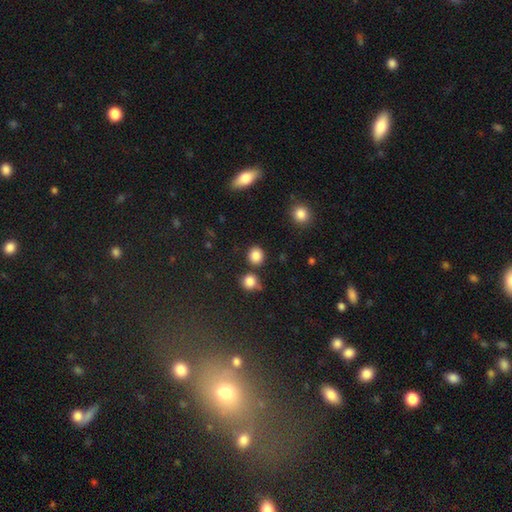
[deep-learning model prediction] This appears to be a smooth galaxy with no disk features (85%) that is round (81%). Merging: none (80%).